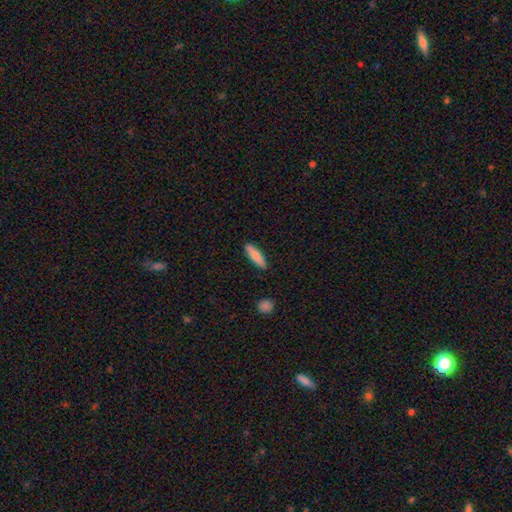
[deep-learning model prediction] A smooth galaxy with no disk features (77%) that is cigar-shaped (65%).

Vote fractions:
- Smooth or featured? smooth: 77% / featured or disk: 17% / star or artifact: 6%
- How rounded? cigar-shaped: 65% / in between: 33% / round: 2%
- Merging? none: 88% / minor disturbance: 9% / major disturbance: 2% / merger: 1%